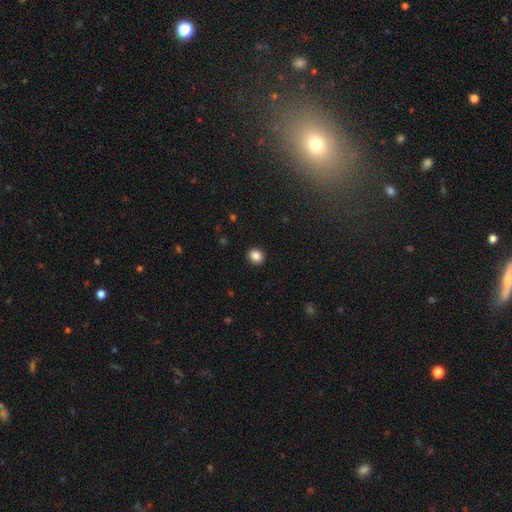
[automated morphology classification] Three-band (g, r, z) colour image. It shows a smooth galaxy with no disk features (87%) that is round (71%). Merging: none (91%).